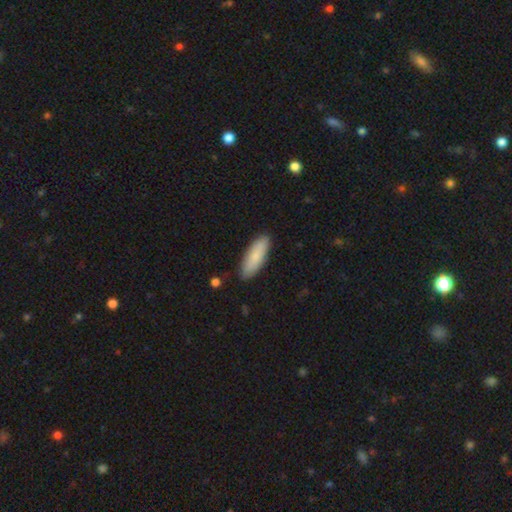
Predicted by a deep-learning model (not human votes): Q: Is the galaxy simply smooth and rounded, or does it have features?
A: smooth — 83%.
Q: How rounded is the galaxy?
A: in between — 61%.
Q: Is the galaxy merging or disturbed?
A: none — 87%.